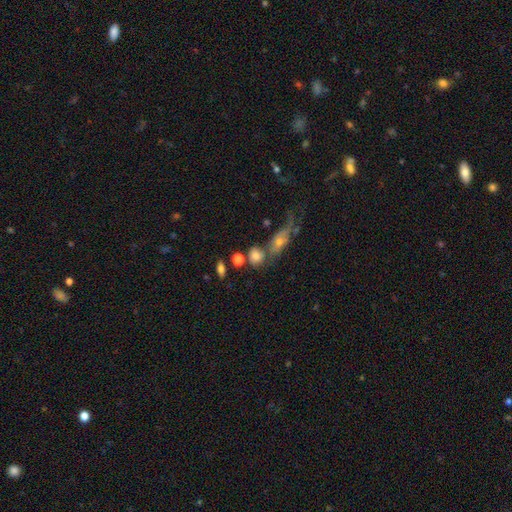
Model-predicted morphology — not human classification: smooth 76%, featured or disk 12%, star or artifact 11%. Down the decision tree: how rounded — round (59%); merging — none (50%).